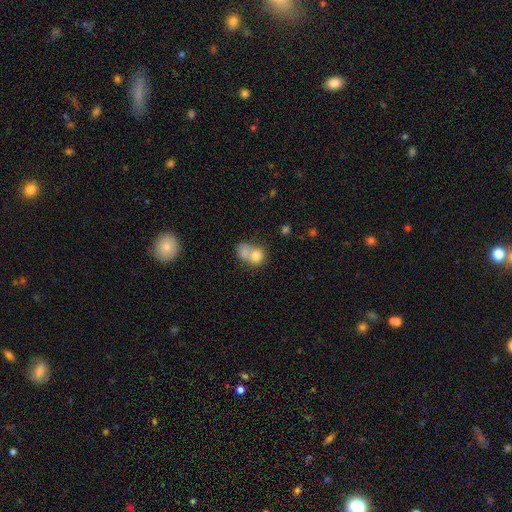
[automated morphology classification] smooth_or_featured: smooth (p=0.75) [alt: featured or disk p=0.15]
how_rounded: round (p=0.66) [alt: in between p=0.33]
merging: merger (p=0.60) [alt: none p=0.26]